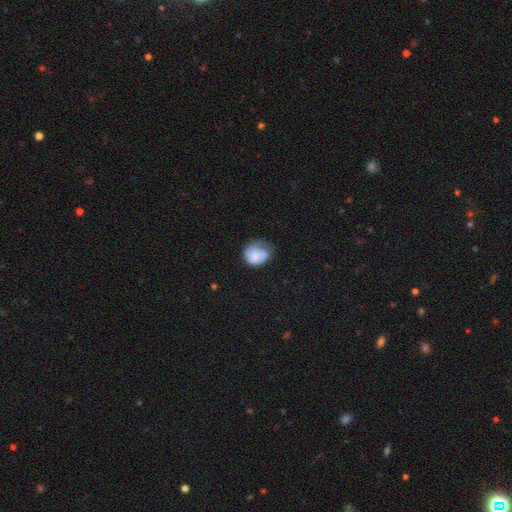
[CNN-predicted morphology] type=smooth (55%); roundness=round (60%); merging=minor disturbance (36%).